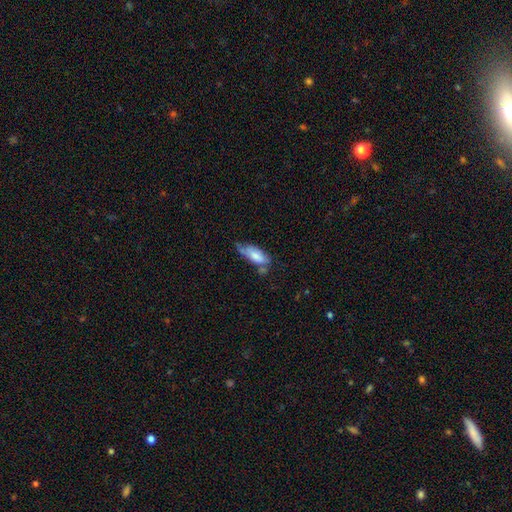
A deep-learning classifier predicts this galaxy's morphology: Q: Smooth or featured?
A: smooth (69%); runner-up: featured or disk (24%)
Q: How rounded?
A: in between (76%); runner-up: cigar-shaped (22%)
Q: Merging?
A: minor disturbance (36%); runner-up: none (35%)